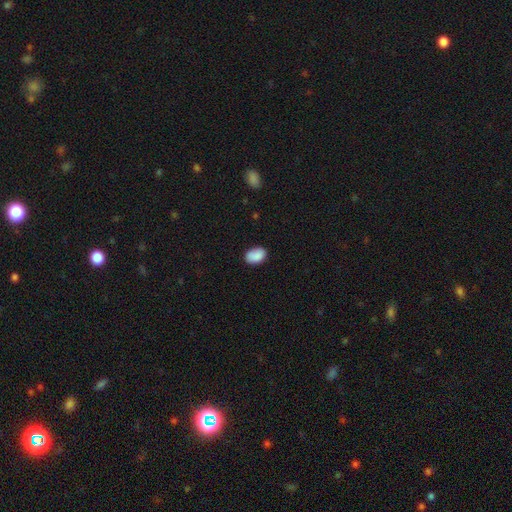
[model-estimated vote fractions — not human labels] Morphology: type=smooth (89%); roundness=in between (85%); merging=none (81%).